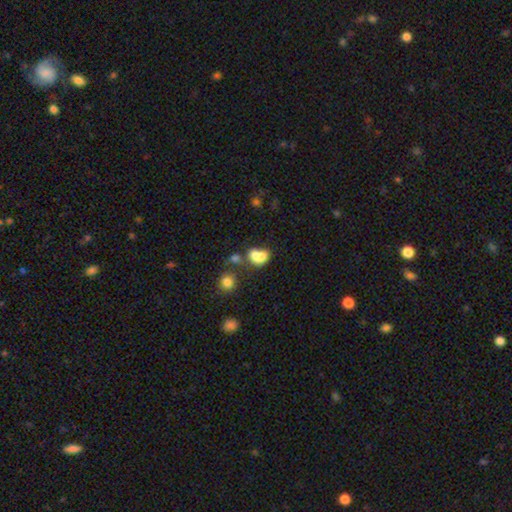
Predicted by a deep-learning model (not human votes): Morphology: type=smooth (72%); roundness=in between (67%); merging=merger (53%).